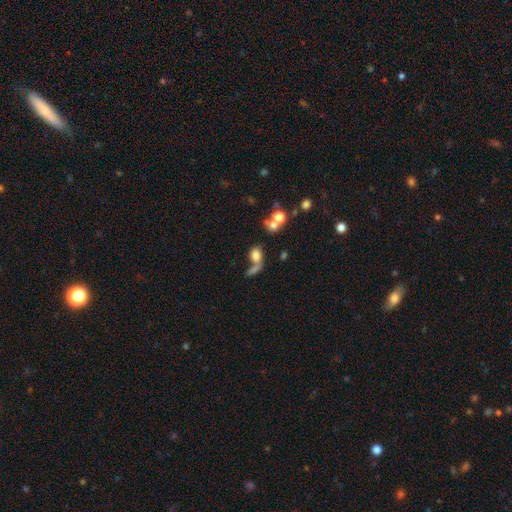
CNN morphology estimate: Smooth or featured? Predicted: smooth (p=0.70). How rounded? Predicted: in between (p=0.65). Merging? Predicted: merger (p=0.44).